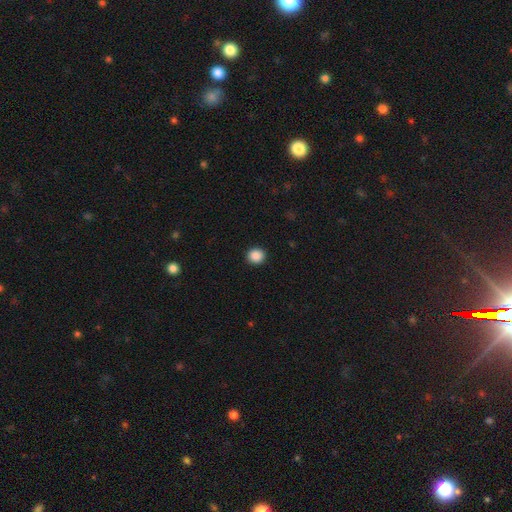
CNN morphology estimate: This appears to be a smooth galaxy with no disk features (88%) that is round (89%). Merging: none (92%).